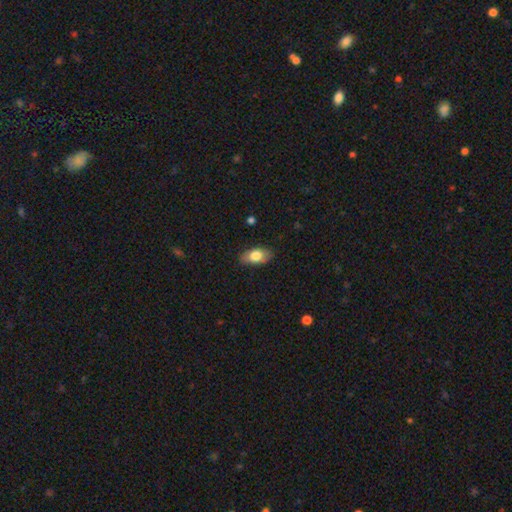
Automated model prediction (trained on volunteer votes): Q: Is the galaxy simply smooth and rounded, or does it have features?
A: smooth — 75%.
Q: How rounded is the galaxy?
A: in between — 91%.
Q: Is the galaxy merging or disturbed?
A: none — 84%.